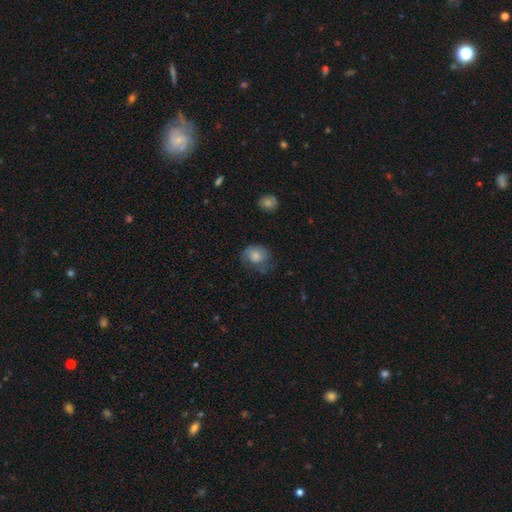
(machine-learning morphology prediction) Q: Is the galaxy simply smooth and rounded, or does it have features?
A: smooth — 74%.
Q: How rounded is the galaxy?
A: round — 59%.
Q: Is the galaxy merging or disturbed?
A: none — 46%.